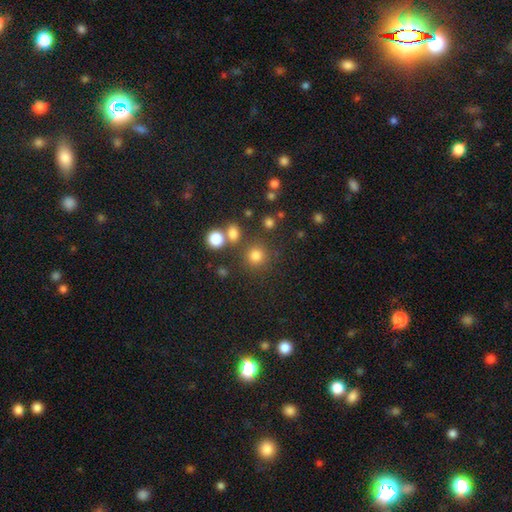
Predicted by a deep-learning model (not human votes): Smooth or featured?
  - smooth: 77% *
  - star or artifact: 17%
  - featured or disk: 6%
How rounded?
  - round: 91% *
  - in between: 8%
  - cigar-shaped: 1%
Merging?
  - none: 77% *
  - merger: 11%
  - minor disturbance: 8%
  - major disturbance: 4%